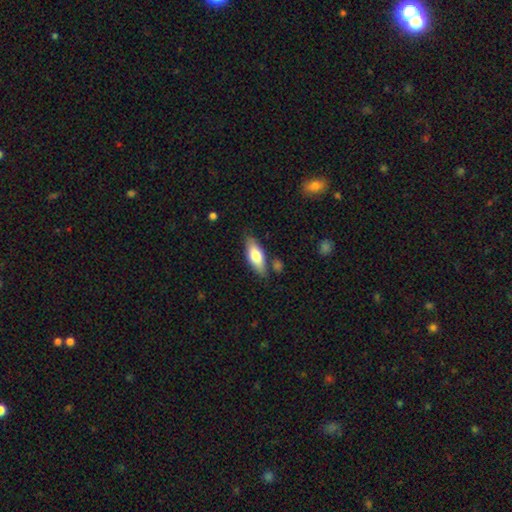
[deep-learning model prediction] A smooth galaxy with no disk features (68%) that is in between round and cigar-shaped (70%). Merging: none (79%).